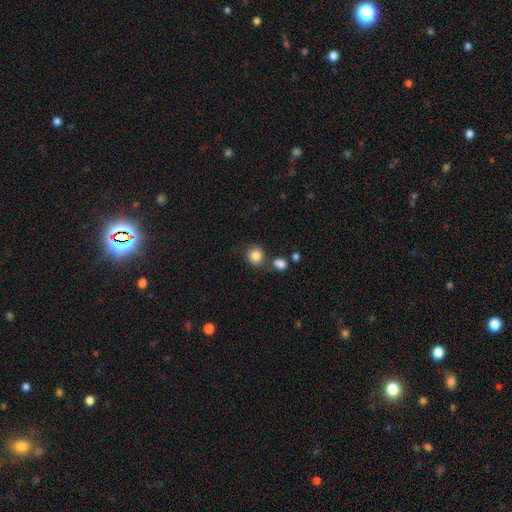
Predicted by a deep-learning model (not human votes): smooth-or-featured: smooth: 85% | star or artifact: 10% | featured or disk: 6%
  how-rounded: round: 84% | in between: 15% | cigar-shaped: 1%
  merging: none: 72% | merger: 13% | minor disturbance: 11% | major disturbance: 4%